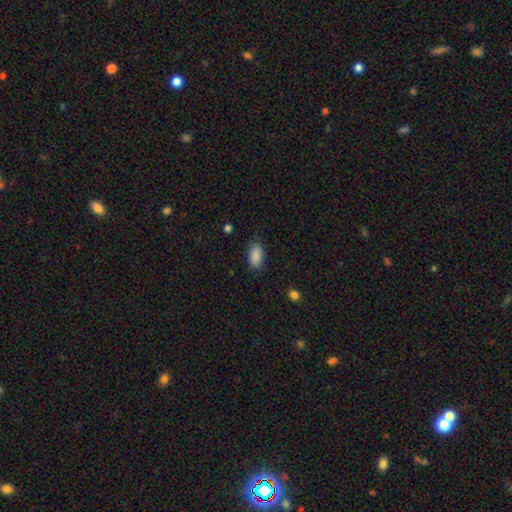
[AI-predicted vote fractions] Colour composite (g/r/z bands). It shows a smooth galaxy with no disk features (89%) that is in between round and cigar-shaped (92%). Merging: none (82%).